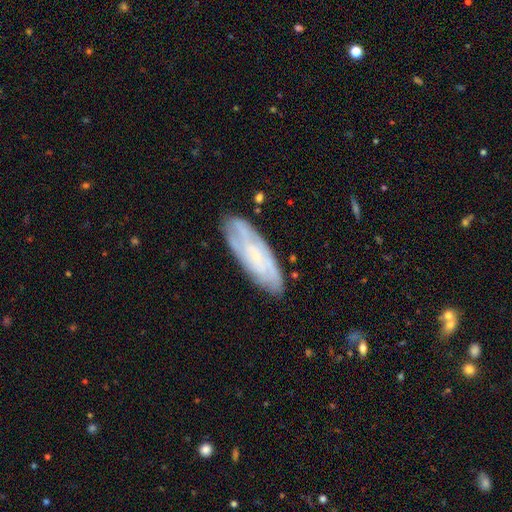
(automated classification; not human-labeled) Overall: featured or disk (60%; smooth 32%). Edge-on disk: no (80%). Merging: none (80%).